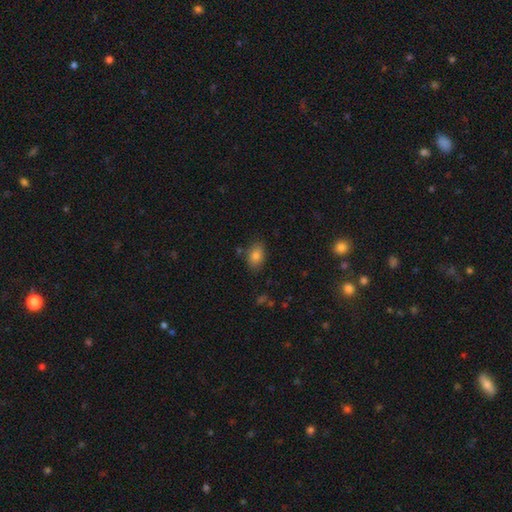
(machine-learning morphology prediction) A smooth galaxy with no disk features (83%) that is in between round and cigar-shaped (85%).

Vote fractions:
- Smooth or featured? smooth: 83% / star or artifact: 9% / featured or disk: 8%
- How rounded? in between: 85% / round: 14% / cigar-shaped: 2%
- Merging? none: 77% / minor disturbance: 16% / major disturbance: 4% / merger: 3%